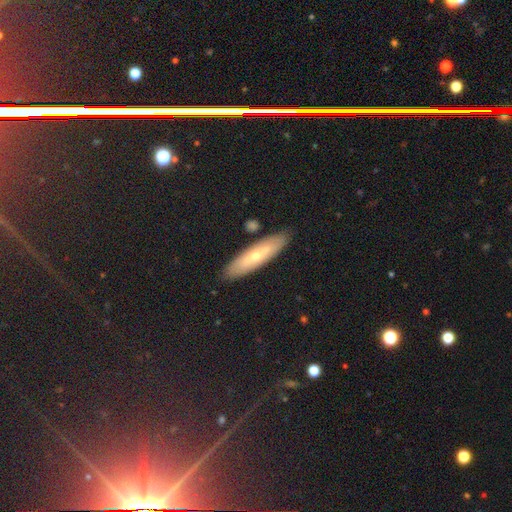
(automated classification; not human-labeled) This is possibly a featured or disk galaxy (48%). Merging: clearly none (88%).